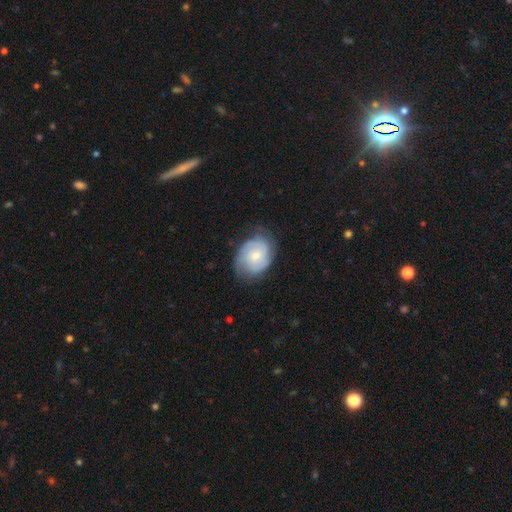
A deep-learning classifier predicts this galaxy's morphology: Smooth or featured?
  - featured or disk: 60% *
  - smooth: 34%
  - star or artifact: 6%
Edge-on disk?
  - no: 97% *
  - yes: 3%
Bar?
  - no: 68% *
  - weak: 29%
  - strong: 4%
Spiral arms?
  - yes: 85% *
  - no: 15%
Bulge size?
  - small: 57% *
  - moderate: 38%
  - none: 2%
  - large: 2%
  - dominant: 1%
Merging?
  - none: 63% *
  - minor disturbance: 27%
  - major disturbance: 9%
  - merger: 1%